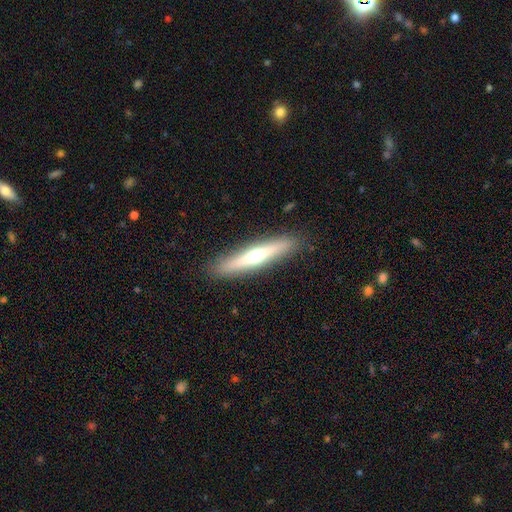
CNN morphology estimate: Q: Smooth or featured?
A: featured or disk (58%); runner-up: smooth (36%)
Q: Edge-on disk?
A: yes (94%); runner-up: no (6%)
Q: Edge-on bulge?
A: rounded (89%); runner-up: none (8%)
Q: Merging?
A: none (90%); runner-up: minor disturbance (7%)